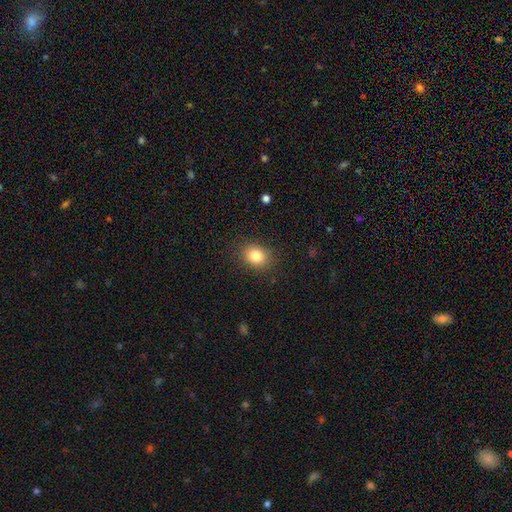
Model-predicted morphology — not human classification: Smooth or featured: smooth — 83% (star or artifact — 10%)
How rounded: round — 51% (in between — 48%)
Merging: none — 86% (minor disturbance — 10%)